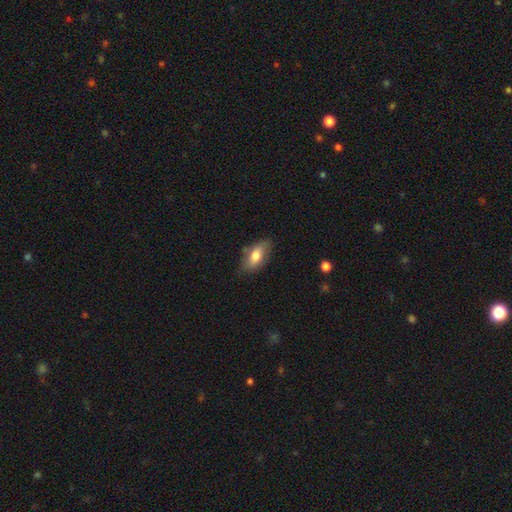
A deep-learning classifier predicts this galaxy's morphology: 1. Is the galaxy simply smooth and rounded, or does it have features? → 72% smooth, 21% featured or disk, 7% star or artifact.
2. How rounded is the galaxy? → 90% in between, 6% cigar-shaped, 4% round.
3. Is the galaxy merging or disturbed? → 72% none, 21% minor disturbance, 4% major disturbance, 3% merger.